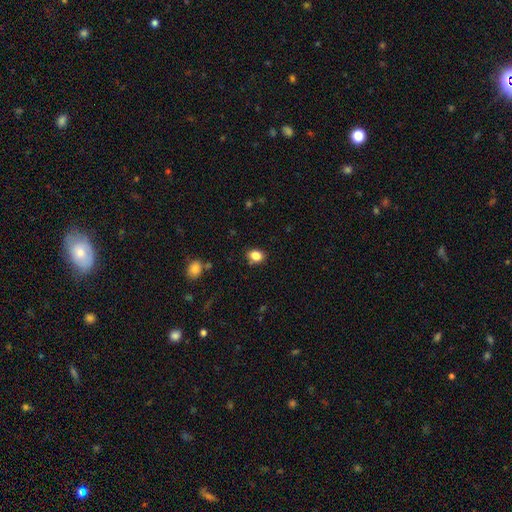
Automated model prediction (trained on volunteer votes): Smooth or featured? smooth (84%)
How rounded? in between (55%)
Merging? none (83%)